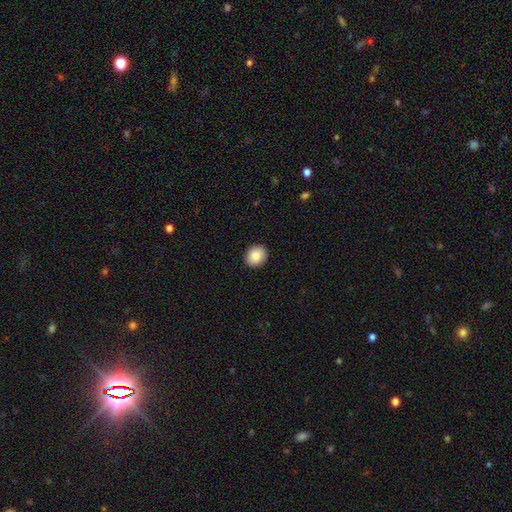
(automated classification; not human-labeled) smooth 87%, star or artifact 8%, featured or disk 5%. Down the decision tree: how rounded — round (66%); merging — none (91%).